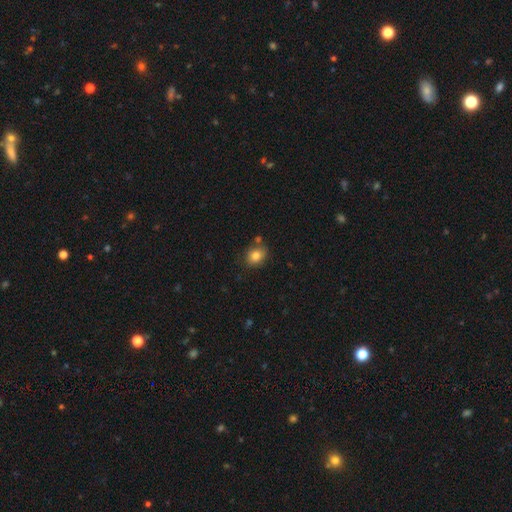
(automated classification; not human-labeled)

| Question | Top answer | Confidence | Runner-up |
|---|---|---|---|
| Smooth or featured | smooth | 81% | star or artifact (10%) |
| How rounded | round | 57% | in between (42%) |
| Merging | none | 74% | minor disturbance (13%) |